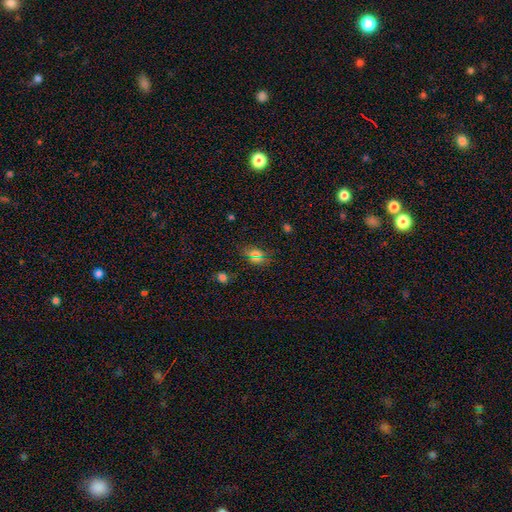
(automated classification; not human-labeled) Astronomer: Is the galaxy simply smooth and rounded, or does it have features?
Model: smooth — 60%.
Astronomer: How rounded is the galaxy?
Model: in between — 75%.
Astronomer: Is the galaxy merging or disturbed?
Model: none — 78%.